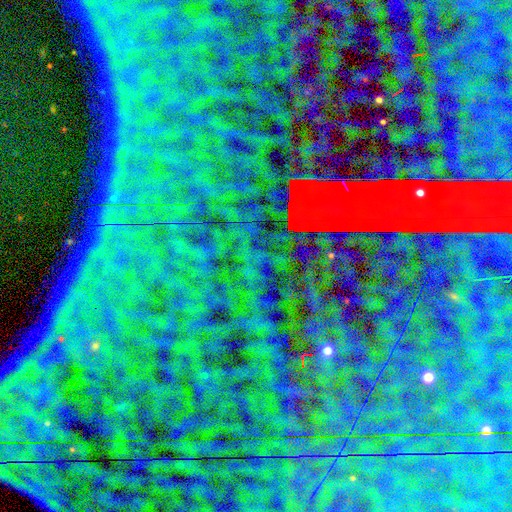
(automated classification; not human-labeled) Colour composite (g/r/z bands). It shows a star or artifact, not a galaxy (86%).